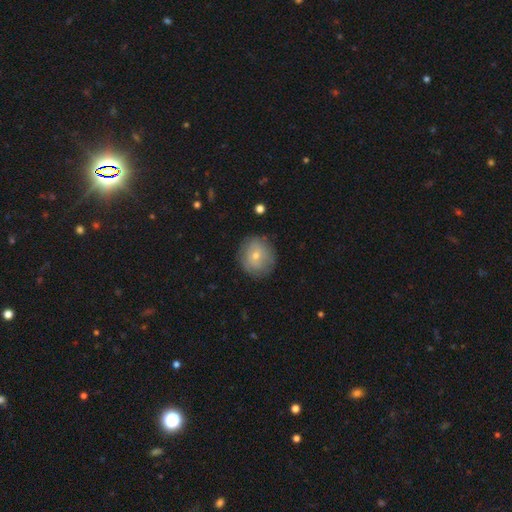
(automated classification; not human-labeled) Smooth or featured? Predicted: smooth (p=0.60). How rounded? Predicted: round (p=0.88). Merging? Predicted: none (p=0.84).